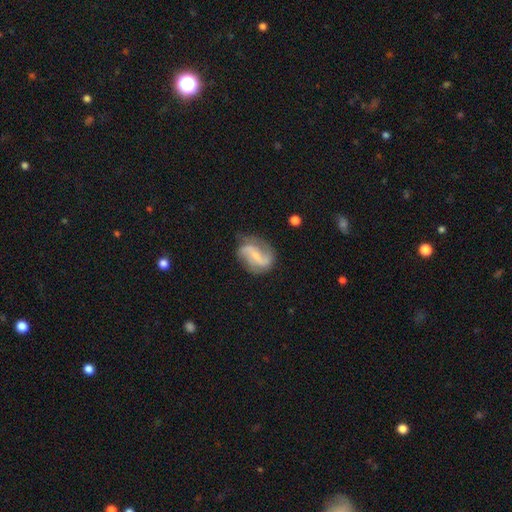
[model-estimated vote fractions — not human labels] Smooth or featured? Predicted: featured or disk (p=0.81). Edge-on disk? Predicted: no (p=0.97). Bar? Predicted: weak (p=0.41). Spiral arms? Predicted: yes (p=0.94). Spiral winding? Predicted: loose (p=0.50). Spiral arm count? Predicted: 2 (p=0.81). Bulge size? Predicted: small (p=0.66). Merging? Predicted: none (p=0.70).